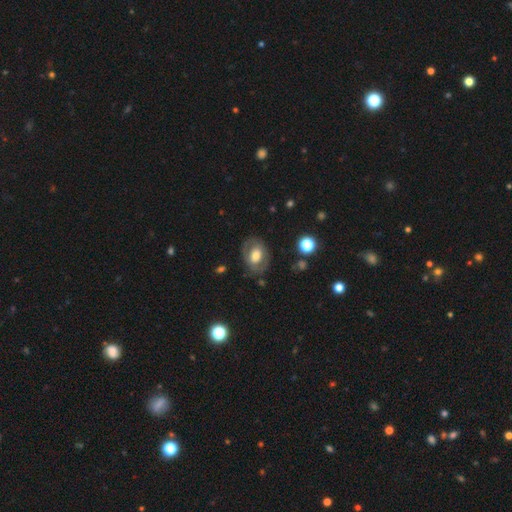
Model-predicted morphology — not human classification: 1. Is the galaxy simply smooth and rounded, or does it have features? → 48% featured or disk, 45% smooth, 7% star or artifact.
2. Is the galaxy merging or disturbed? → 74% none, 15% minor disturbance, 9% major disturbance, 2% merger.